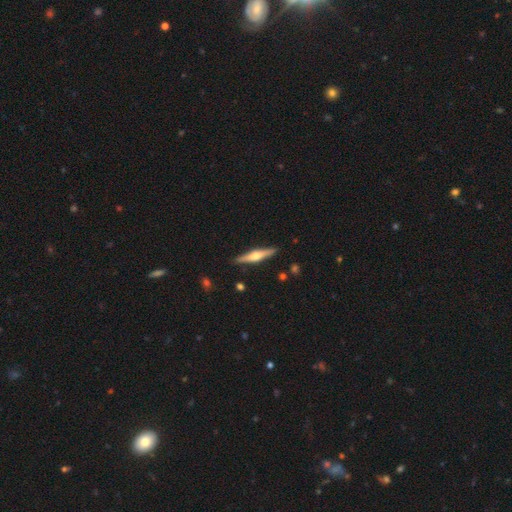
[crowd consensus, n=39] This is likely a featured or disk galaxy (74%). It is clearly viewed edge-on (97%). Edge-on bulge: clearly rounded (100%). Merging: clearly none (95%).